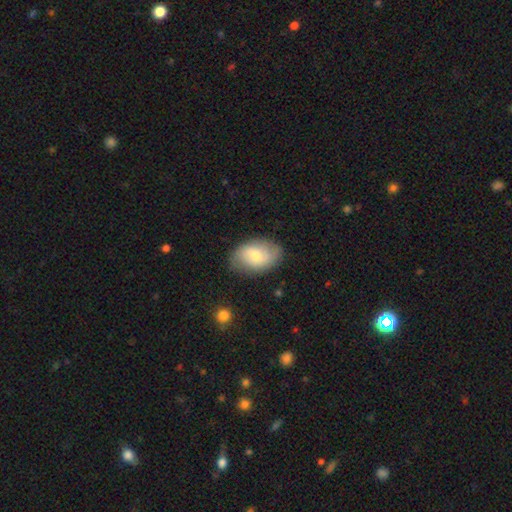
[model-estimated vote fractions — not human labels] This appears to be a smooth galaxy with no disk features (53%) that is in between round and cigar-shaped (87%). Merging: none (79%).